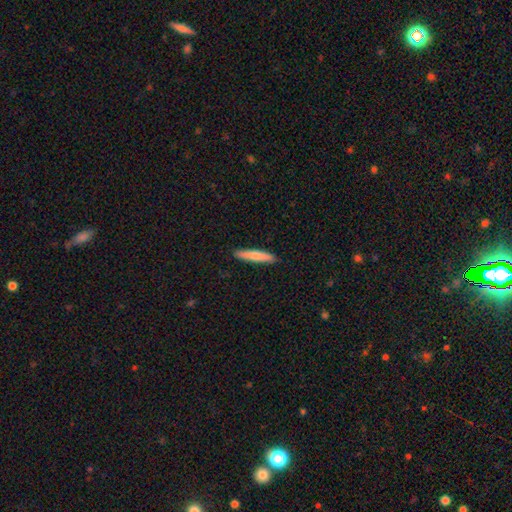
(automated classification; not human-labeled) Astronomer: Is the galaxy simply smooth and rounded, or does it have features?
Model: smooth — 75%.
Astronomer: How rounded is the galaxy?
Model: cigar-shaped — 91%.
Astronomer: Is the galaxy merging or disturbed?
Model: none — 90%.